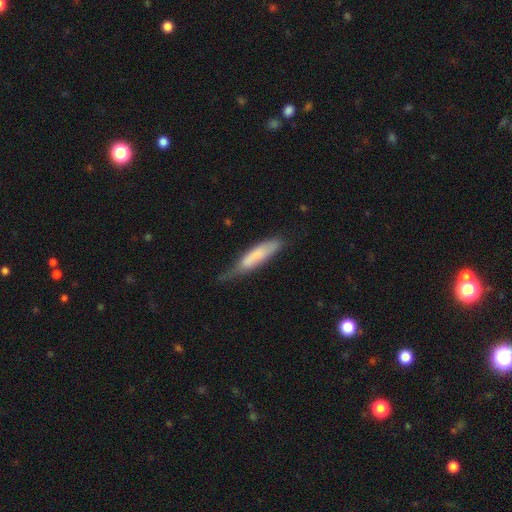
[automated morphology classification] Smooth or featured? smooth (69%)
How rounded? cigar-shaped (75%)
Merging? minor disturbance (41%)